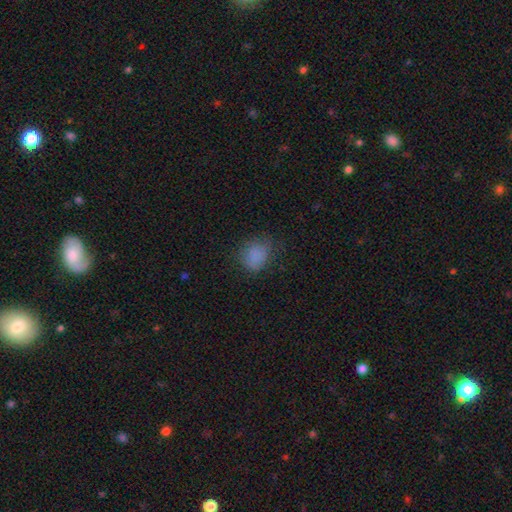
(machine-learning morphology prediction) Smooth or featured?
  - smooth: 82% *
  - star or artifact: 11%
  - featured or disk: 6%
How rounded?
  - round: 55% *
  - in between: 44%
  - cigar-shaped: 1%
Merging?
  - none: 68% *
  - minor disturbance: 23%
  - major disturbance: 8%
  - merger: 1%